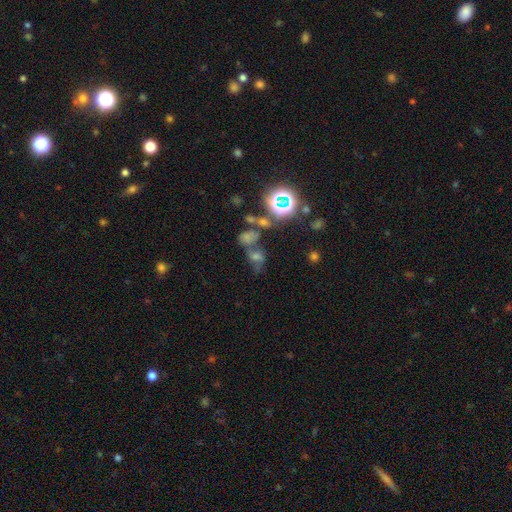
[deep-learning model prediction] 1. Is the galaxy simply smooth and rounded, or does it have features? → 49% star or artifact, 31% smooth, 20% featured or disk.